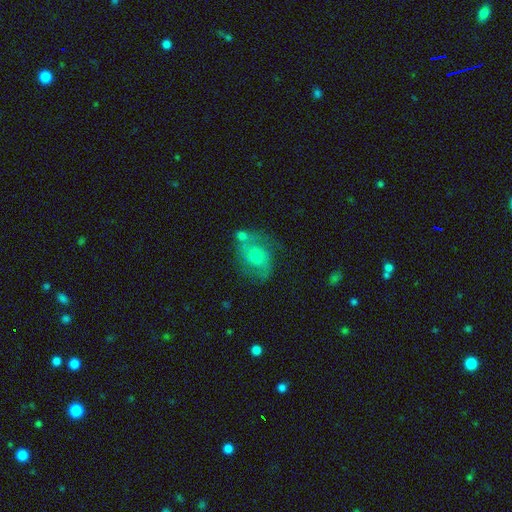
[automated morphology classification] Smooth or featured: featured or disk — 60% (smooth — 30%)
Edge-on disk: no — 97% (yes — 3%)
Bar: no — 71% (weak — 24%)
Spiral arms: yes — 81% (no — 19%)
Bulge size: small — 55% (moderate — 38%)
Merging: none — 55% (minor disturbance — 21%)